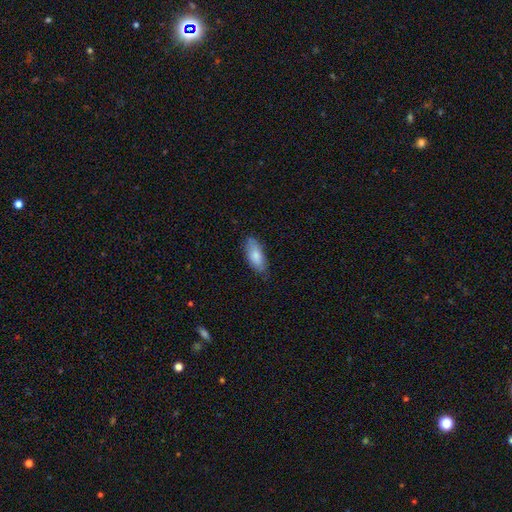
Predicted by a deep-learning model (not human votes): Overall: smooth (82%). How rounded: in between (83%). Merging: none (78%).